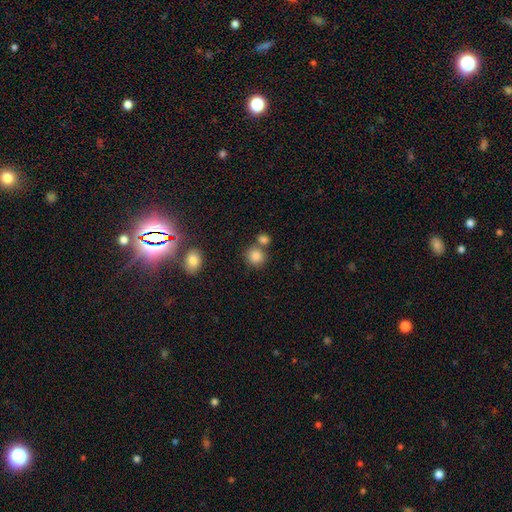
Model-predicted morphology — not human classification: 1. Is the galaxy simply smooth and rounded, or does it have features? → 84% smooth, 10% star or artifact, 6% featured or disk.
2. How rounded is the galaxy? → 84% round, 15% in between, 1% cigar-shaped.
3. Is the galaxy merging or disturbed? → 62% none, 25% merger, 9% minor disturbance, 3% major disturbance.